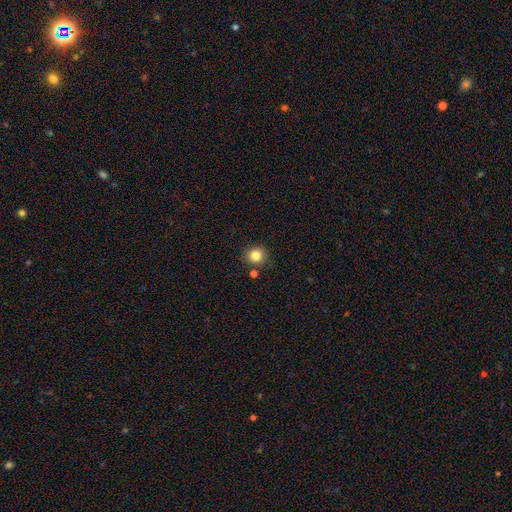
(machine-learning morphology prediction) Q: Smooth or featured?
A: smooth (83%); runner-up: star or artifact (12%)
Q: How rounded?
A: round (91%); runner-up: in between (8%)
Q: Merging?
A: none (83%); runner-up: minor disturbance (8%)